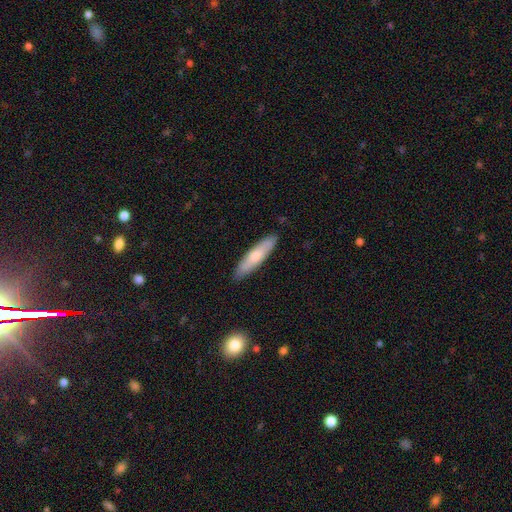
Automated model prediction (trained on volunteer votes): Q: Smooth or featured?
A: smooth (66%); runner-up: featured or disk (29%)
Q: How rounded?
A: cigar-shaped (76%); runner-up: in between (22%)
Q: Merging?
A: none (87%); runner-up: minor disturbance (10%)